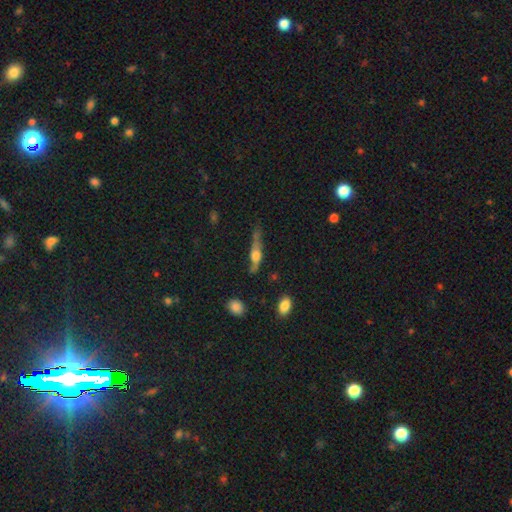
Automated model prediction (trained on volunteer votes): This appears to be a featured or disk galaxy (55%) viewed edge-on (85%). Merging: none (50%).